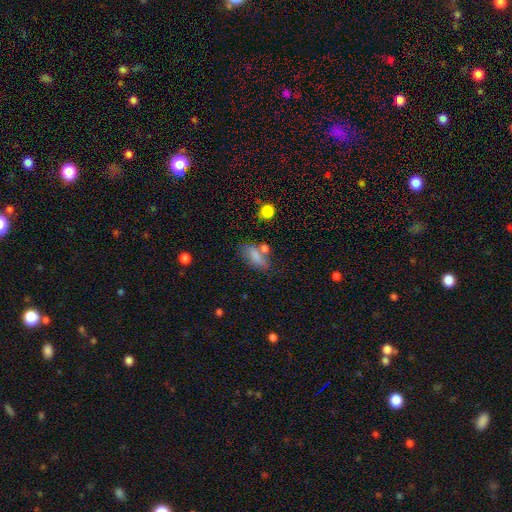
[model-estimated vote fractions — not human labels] Smooth or featured? smooth (75%)
How rounded? in between (75%)
Merging? none (54%)